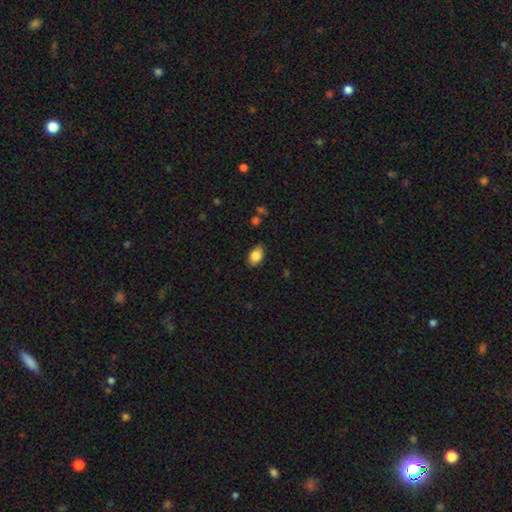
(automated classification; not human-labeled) The model was most divided on "merging": none: 83%, minor disturbance: 14%, major disturbance: 2%, merger: 1%. More confident: how rounded — in between (88%); smooth or featured — smooth (85%).